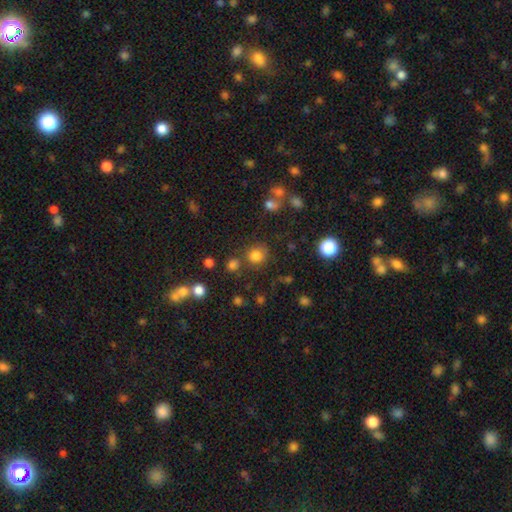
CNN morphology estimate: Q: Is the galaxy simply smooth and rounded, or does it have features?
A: smooth — 79%.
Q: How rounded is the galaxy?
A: round — 87%.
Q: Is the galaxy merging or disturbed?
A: none — 75%.